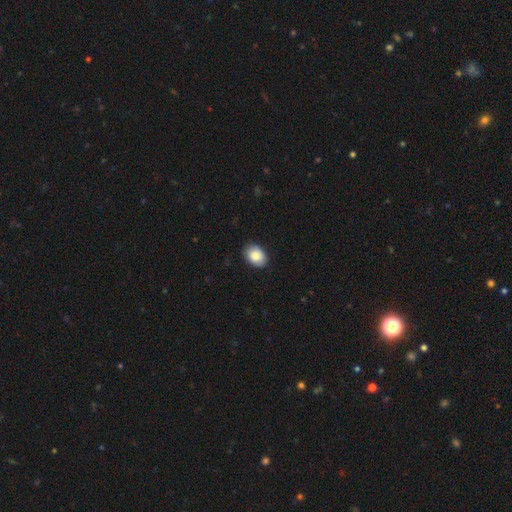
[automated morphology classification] smooth_or_featured: smooth (p=0.86) [alt: featured or disk p=0.07]
how_rounded: in between (p=0.74) [alt: round p=0.25]
merging: none (p=0.88) [alt: minor disturbance p=0.09]